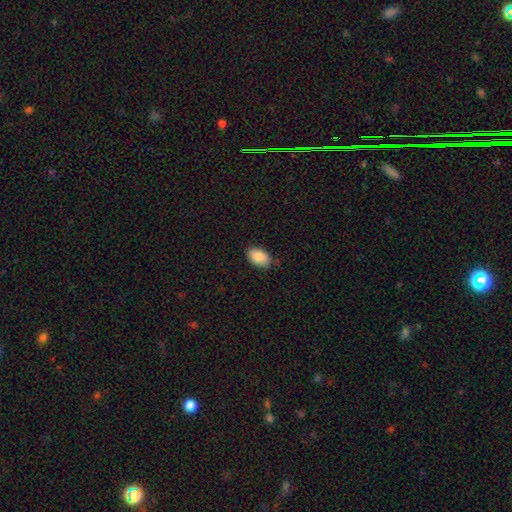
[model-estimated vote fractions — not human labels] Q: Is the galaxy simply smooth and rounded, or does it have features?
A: smooth — 87%.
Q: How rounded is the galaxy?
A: in between — 91%.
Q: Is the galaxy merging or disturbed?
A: none — 84%.